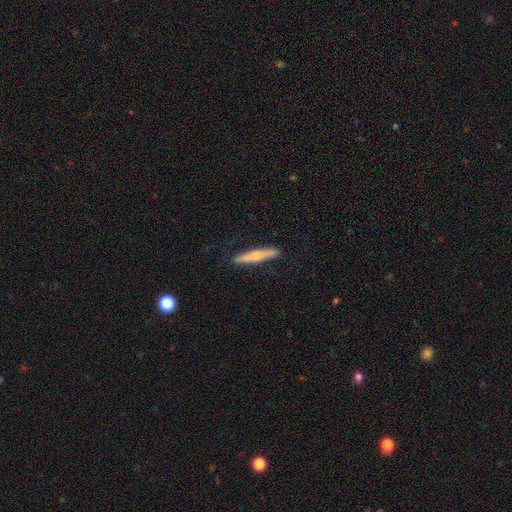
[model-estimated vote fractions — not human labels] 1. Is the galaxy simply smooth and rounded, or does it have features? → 56% smooth, 39% featured or disk, 5% star or artifact.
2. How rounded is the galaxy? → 93% cigar-shaped, 6% in between, 2% round.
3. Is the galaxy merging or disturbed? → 87% none, 9% minor disturbance, 2% major disturbance, 1% merger.